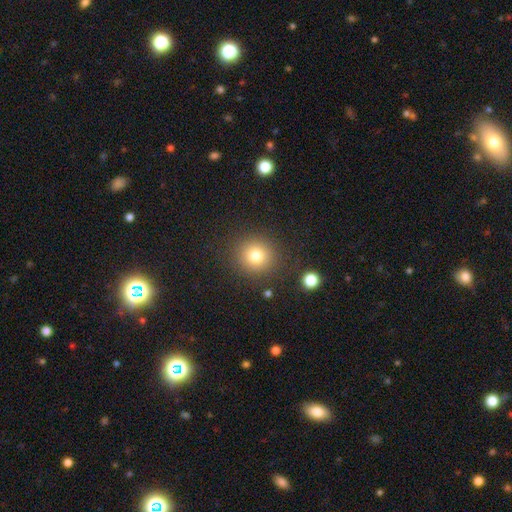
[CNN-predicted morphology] smooth 78%, star or artifact 14%, featured or disk 8%. Down the decision tree: how rounded — round (90%); merging — none (87%).